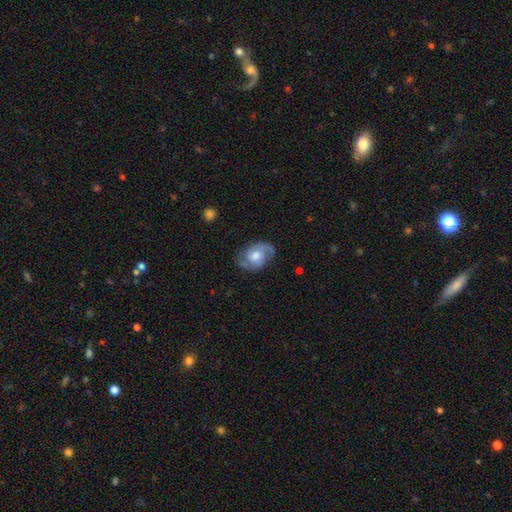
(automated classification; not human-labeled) Smooth or featured? Predicted: featured or disk (p=0.72). Edge-on disk? Predicted: no (p=0.97). Bar? Predicted: no (p=0.67). Spiral arms? Predicted: yes (p=0.91). Spiral winding? Predicted: medium (p=0.48). Spiral arm count? Predicted: 2 (p=0.84). Bulge size? Predicted: moderate (p=0.64). Merging? Predicted: none (p=0.72).